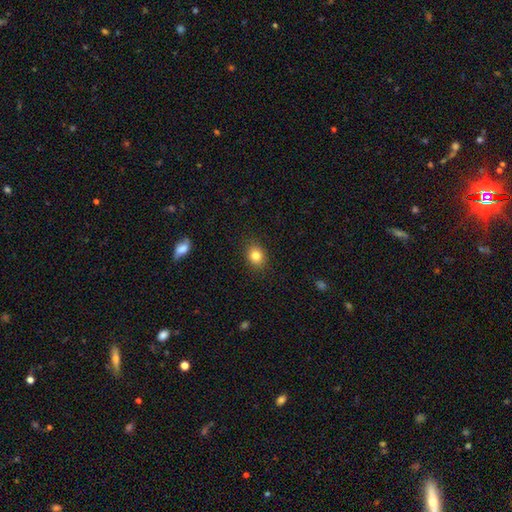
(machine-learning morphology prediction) This is clearly a smooth galaxy (83%). How rounded: possibly round (55%). Merging: clearly none (88%).